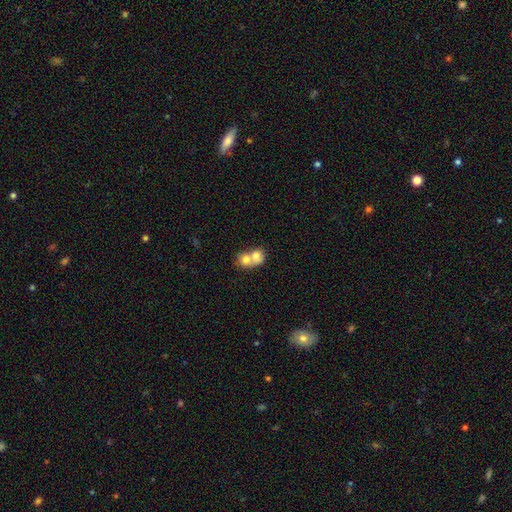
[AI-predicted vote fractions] smooth 69%, featured or disk 23%, star or artifact 8%. Down the decision tree: how rounded — round (64%); merging — merger (76%).